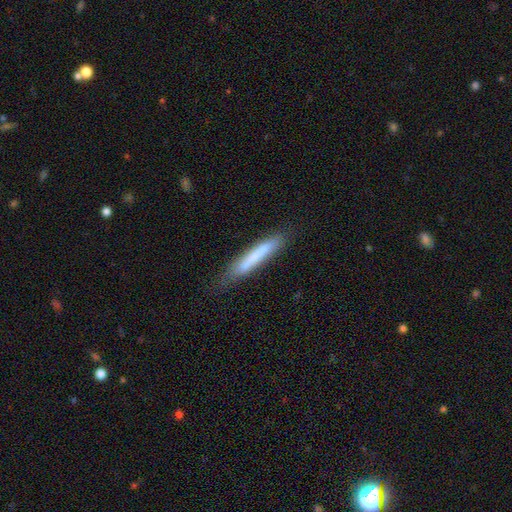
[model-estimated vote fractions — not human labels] Smooth or featured? Predicted: smooth (p=0.71). How rounded? Predicted: cigar-shaped (p=0.94). Merging? Predicted: none (p=0.76).